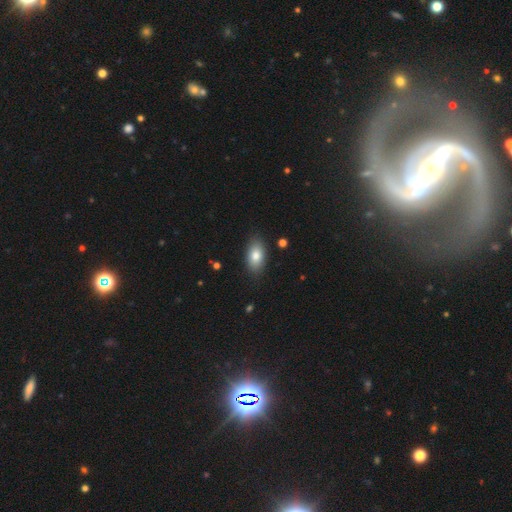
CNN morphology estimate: Smooth or featured? Predicted: smooth (p=0.80). How rounded? Predicted: in between (p=0.91). Merging? Predicted: none (p=0.86).